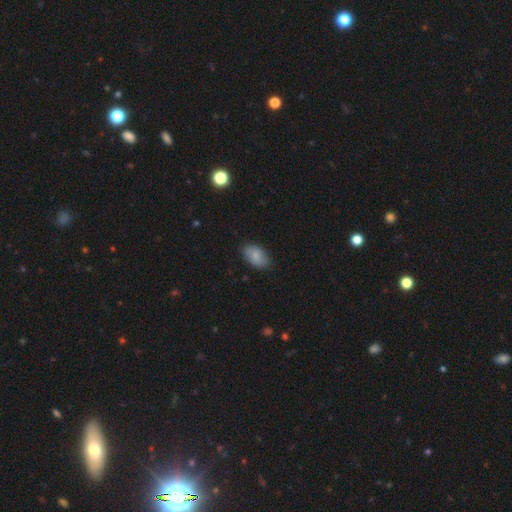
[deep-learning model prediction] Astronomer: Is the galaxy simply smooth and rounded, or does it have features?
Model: smooth — 85%.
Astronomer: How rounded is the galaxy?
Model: in between — 92%.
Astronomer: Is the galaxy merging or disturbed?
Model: none — 83%.